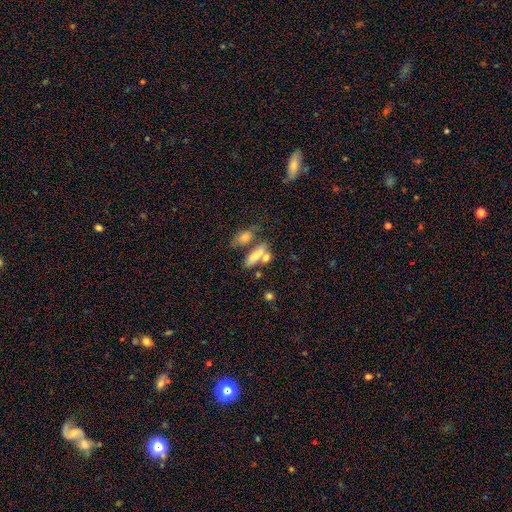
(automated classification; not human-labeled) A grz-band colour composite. It shows a smooth galaxy with no disk features (64%) that is in between round and cigar-shaped (61%). Merging: none (40%, tied with merger).